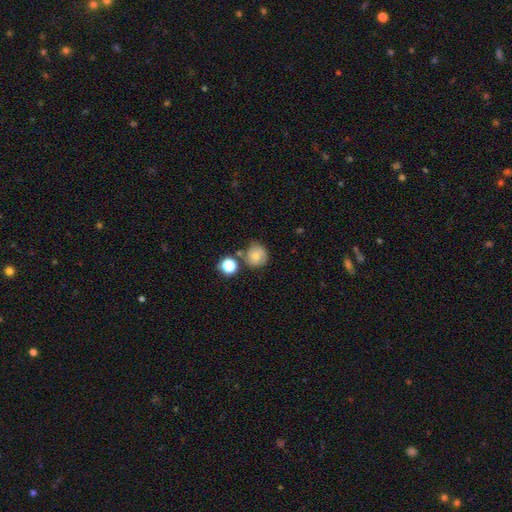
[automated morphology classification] smooth-or-featured: smooth: 66% | featured or disk: 22% | star or artifact: 12%
  how-rounded: round: 88% | in between: 11% | cigar-shaped: 1%
  merging: none: 64% | minor disturbance: 19% | merger: 11% | major disturbance: 5%